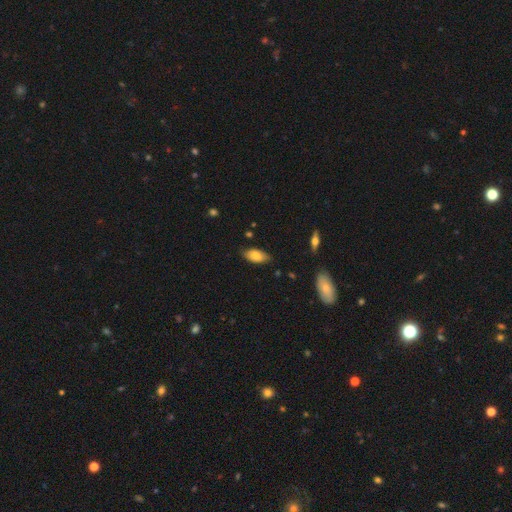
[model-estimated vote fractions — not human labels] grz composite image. It shows a smooth galaxy with no disk features (80%) that is in between round and cigar-shaped (91%). Merging: none (79%).